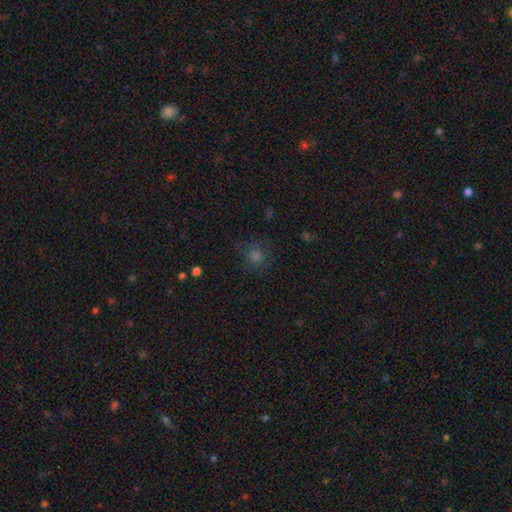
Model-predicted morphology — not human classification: This appears to be a smooth galaxy with no disk features (59%) that is round (89%). Merging: none (78%).